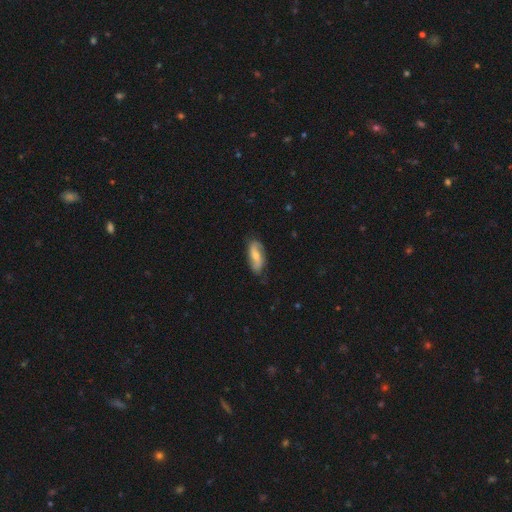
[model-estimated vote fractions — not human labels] Smooth or featured? featured or disk (59%)
Edge-on disk? no (89%)
Bar? no (44%)
Spiral arms? yes (87%)
Bulge size? moderate (50%)
Merging? none (75%)